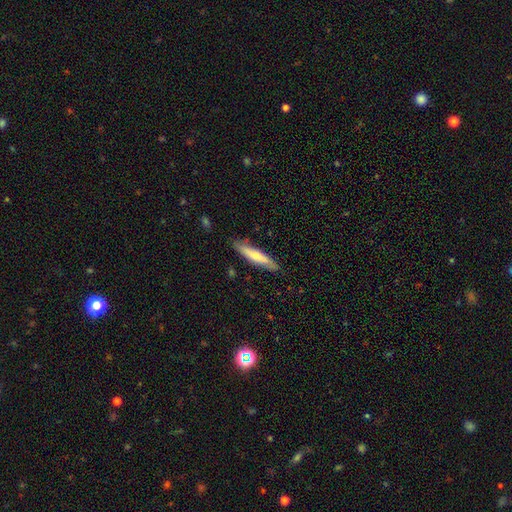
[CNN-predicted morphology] The model was most divided on "smooth or featured": smooth: 60%, featured or disk: 34%, star or artifact: 5%. More confident: how rounded — cigar-shaped (86%); merging — none (85%).